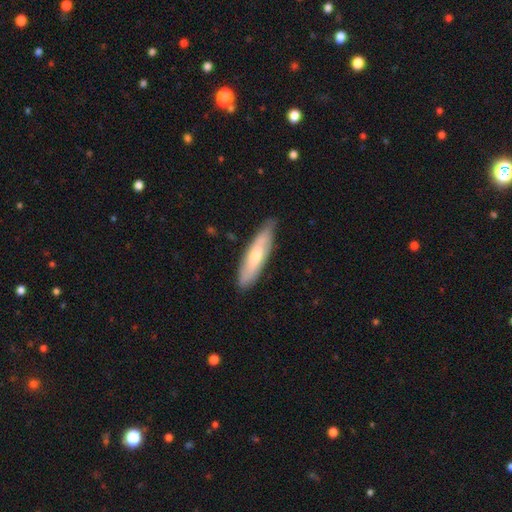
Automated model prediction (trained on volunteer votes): Smooth or featured? smooth (52%)
How rounded? cigar-shaped (70%)
Merging? none (82%)